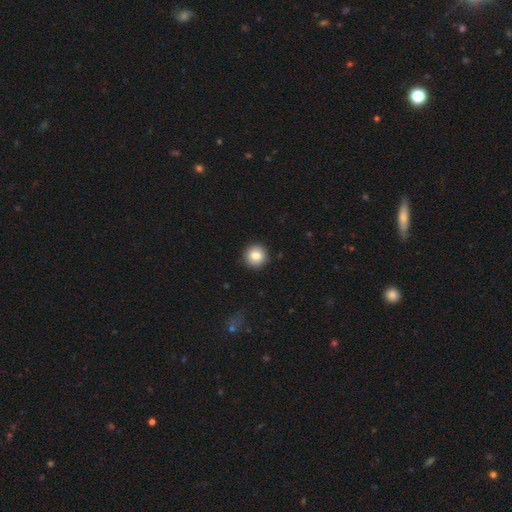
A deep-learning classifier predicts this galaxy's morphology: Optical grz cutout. It shows a smooth galaxy with no disk features (82%) that is round (94%). Merging: none (92%).